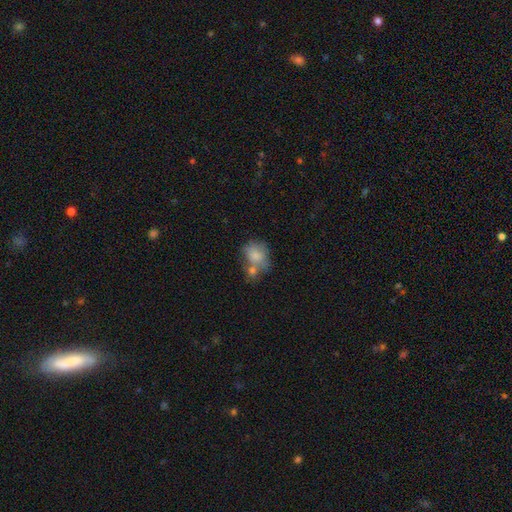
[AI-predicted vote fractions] Smooth or featured?
  - smooth: 76% *
  - featured or disk: 17%
  - star or artifact: 8%
How rounded?
  - round: 52% *
  - in between: 46%
  - cigar-shaped: 1%
Merging?
  - merger: 46% *
  - none: 29%
  - minor disturbance: 16%
  - major disturbance: 9%